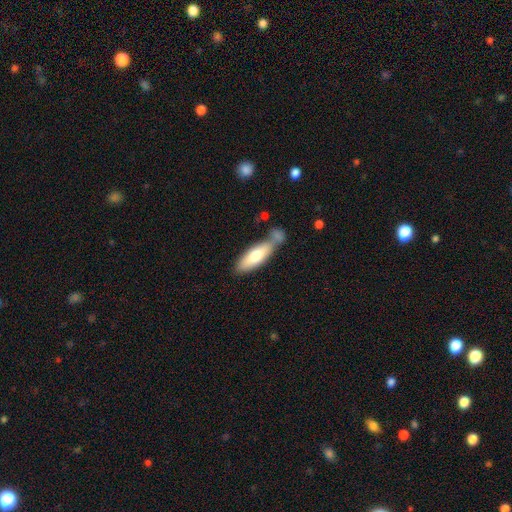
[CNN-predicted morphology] Smooth or featured? smooth (69%)
How rounded? in between (59%)
Merging? none (47%)